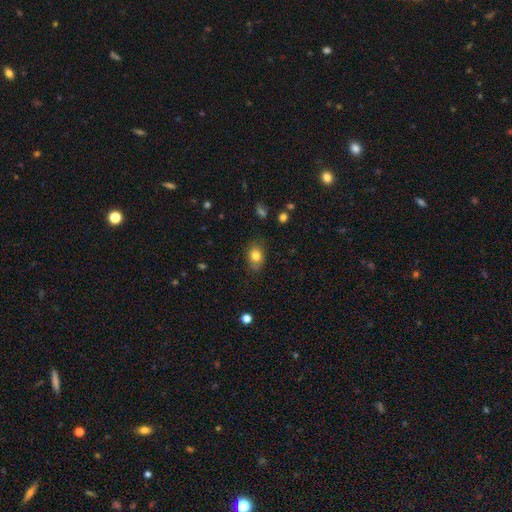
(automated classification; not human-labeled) Smooth or featured?
  - smooth: 81% *
  - star or artifact: 10%
  - featured or disk: 9%
How rounded?
  - in between: 64% *
  - round: 35%
  - cigar-shaped: 1%
Merging?
  - none: 79% *
  - minor disturbance: 17%
  - major disturbance: 3%
  - merger: 1%